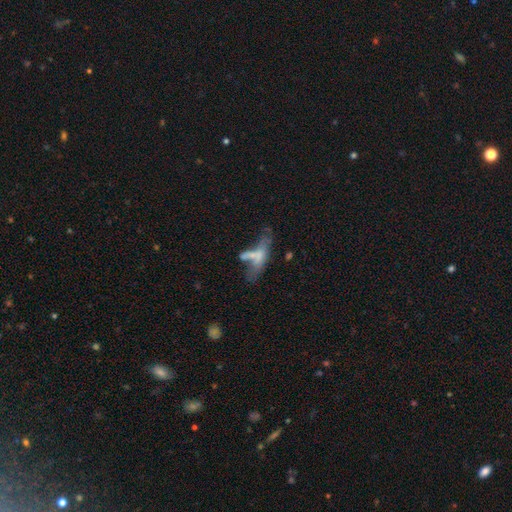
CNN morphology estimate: The model was most divided on "smooth or featured": smooth: 45%, featured or disk: 43%, star or artifact: 12%. Remaining: merging — merger (40%).